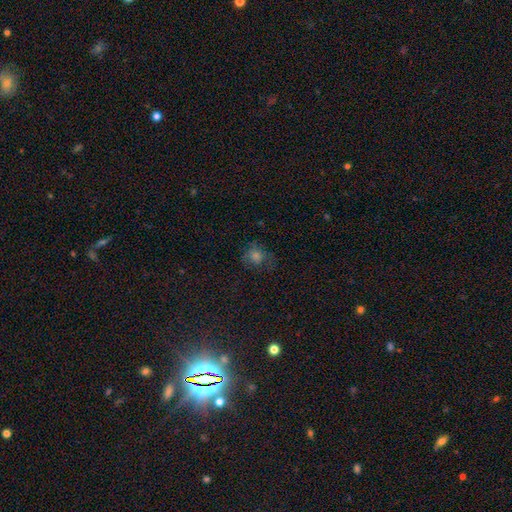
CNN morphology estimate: Smooth or featured? smooth (50%)
Merging? none (57%)